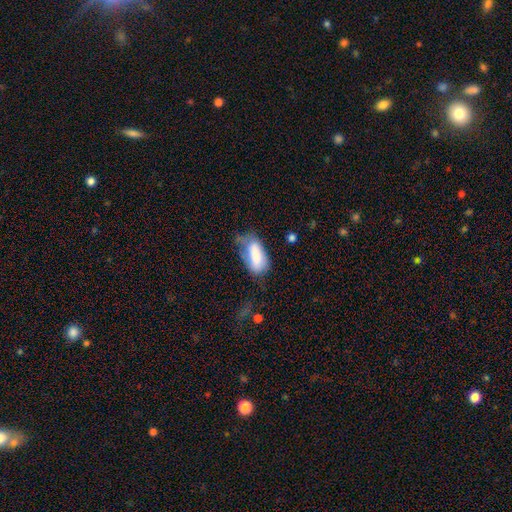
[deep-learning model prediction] A smooth galaxy with no disk features (78%) that is in between round and cigar-shaped (88%).

Vote fractions:
- Smooth or featured? smooth: 78% / featured or disk: 15% / star or artifact: 7%
- How rounded? in between: 88% / cigar-shaped: 10% / round: 3%
- Merging? minor disturbance: 36% / none: 34% / major disturbance: 24% / merger: 6%